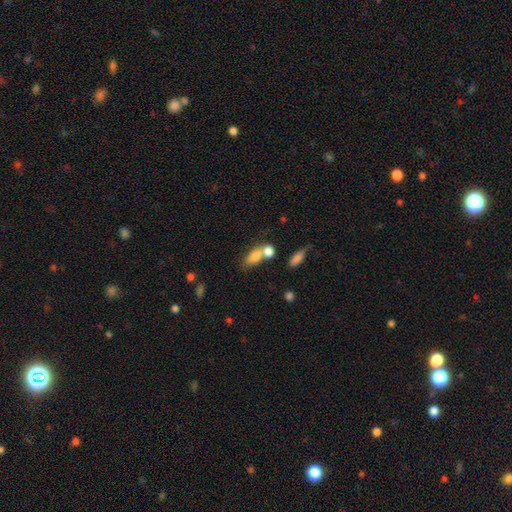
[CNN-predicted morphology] smooth-or-featured: smooth: 80% | featured or disk: 11% | star or artifact: 9%
  how-rounded: in between: 78% | round: 13% | cigar-shaped: 10%
  merging: merger: 47% | none: 35% | minor disturbance: 12% | major disturbance: 6%